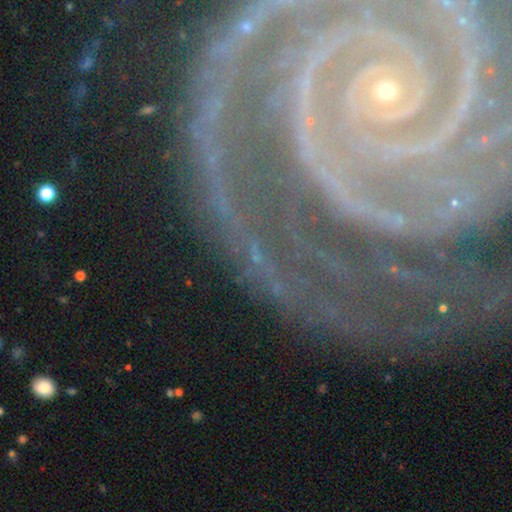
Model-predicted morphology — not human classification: star or artifact 47%, featured or disk 41%, smooth 13%.